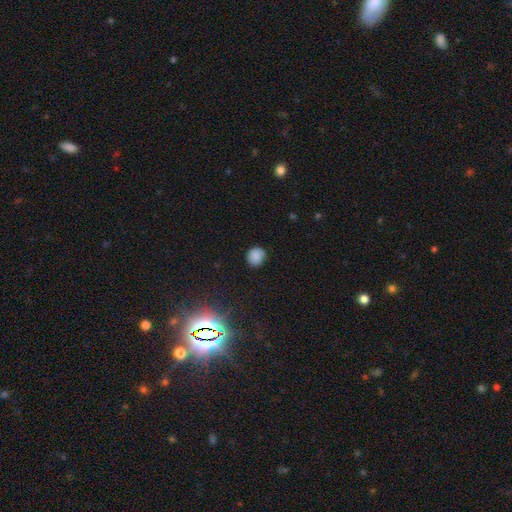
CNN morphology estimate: Smooth or featured: smooth — 83% (star or artifact — 12%)
How rounded: round — 75% (in between — 24%)
Merging: none — 82% (minor disturbance — 14%)